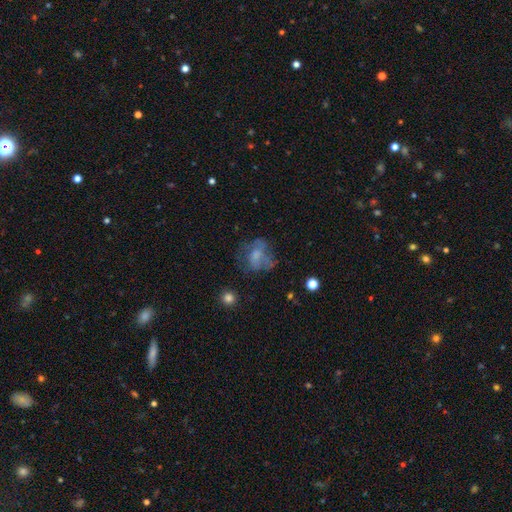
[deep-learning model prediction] This appears to be a smooth galaxy with no disk features (44%). Merging: none (46%).